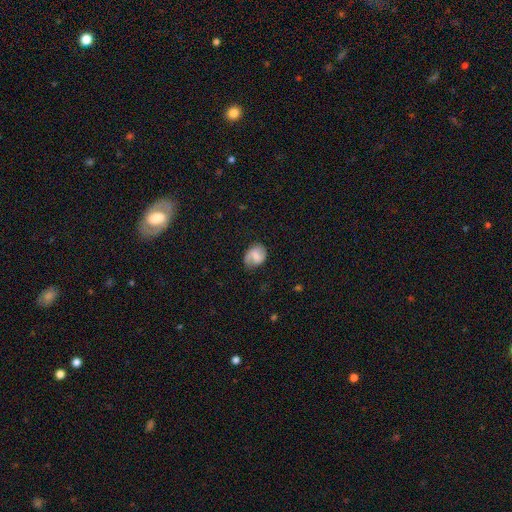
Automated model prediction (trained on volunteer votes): Smooth or featured? Predicted: smooth (p=0.49). Merging? Predicted: none (p=0.63).